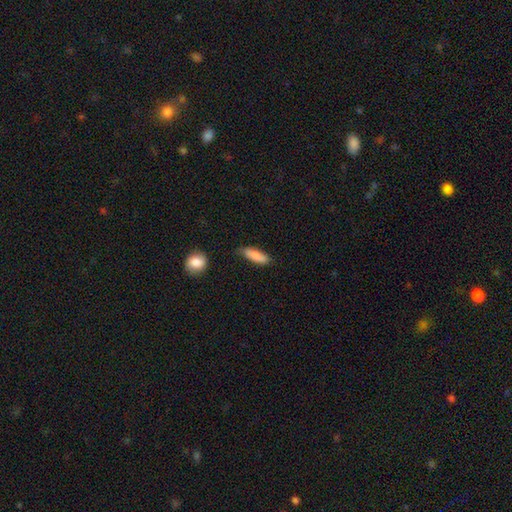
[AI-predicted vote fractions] Smooth or featured? Predicted: smooth (p=0.86). How rounded? Predicted: in between (p=0.51). Merging? Predicted: none (p=0.73).